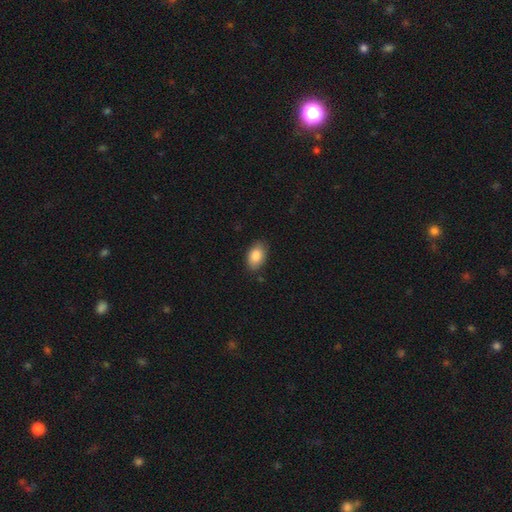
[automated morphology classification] A smooth galaxy with no disk features (87%) that is in between round and cigar-shaped (92%).

Vote fractions:
- Smooth or featured? smooth: 87% / featured or disk: 7% / star or artifact: 6%
- How rounded? in between: 92% / round: 7% / cigar-shaped: 1%
- Merging? none: 80% / minor disturbance: 16% / major disturbance: 3% / merger: 1%